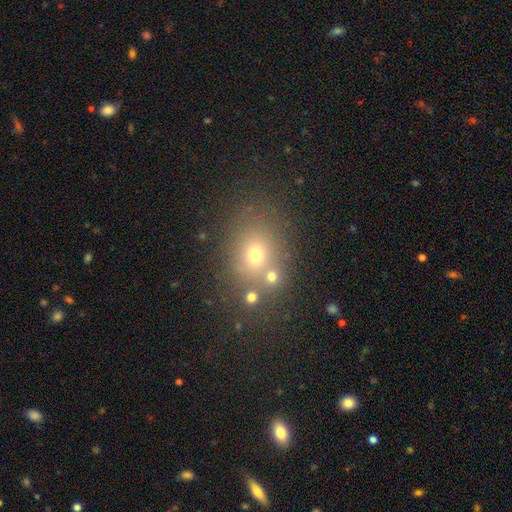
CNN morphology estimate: Smooth or featured: smooth — 62% (star or artifact — 23%)
How rounded: in between — 51% (round — 48%)
Merging: none — 64% (merger — 20%)